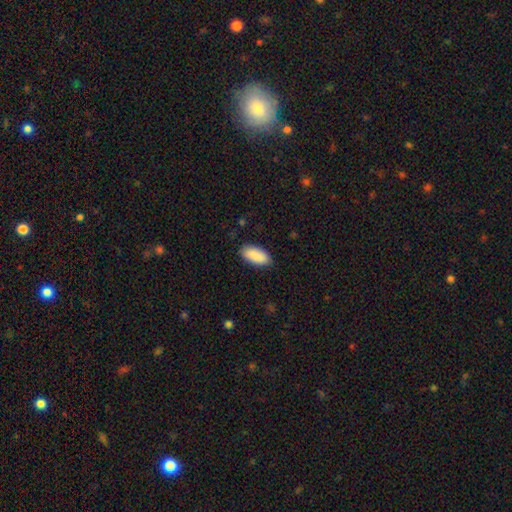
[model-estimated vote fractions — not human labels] This is clearly a smooth galaxy (91%). How rounded: clearly in between (90%). Merging: clearly none (87%).